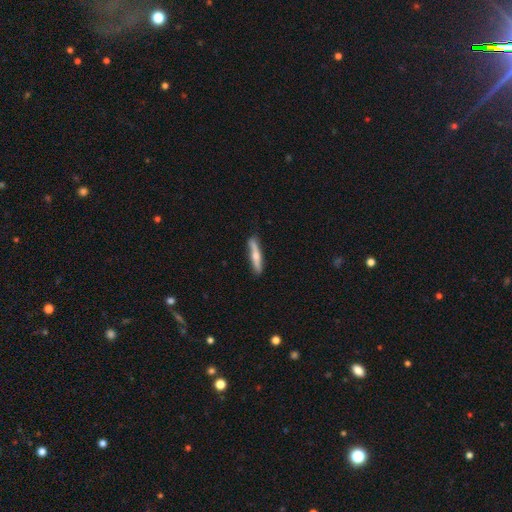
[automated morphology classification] type=featured or disk (49%); merging=none (85%).